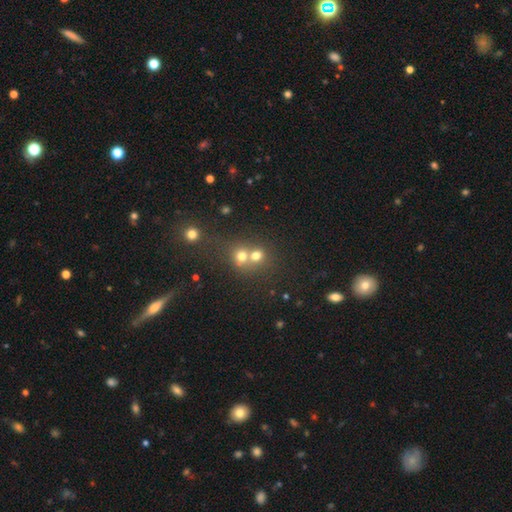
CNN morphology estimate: smooth 69%, star or artifact 18%, featured or disk 13%. Down the decision tree: how rounded — round (79%); merging — merger (55%).